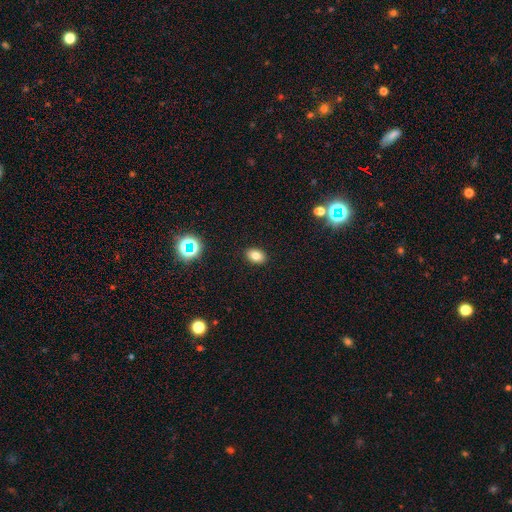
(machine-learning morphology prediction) smooth_or_featured: smooth (p=0.78) [alt: star or artifact p=0.13]
how_rounded: in between (p=0.82) [alt: round p=0.17]
merging: none (p=0.90) [alt: minor disturbance p=0.07]